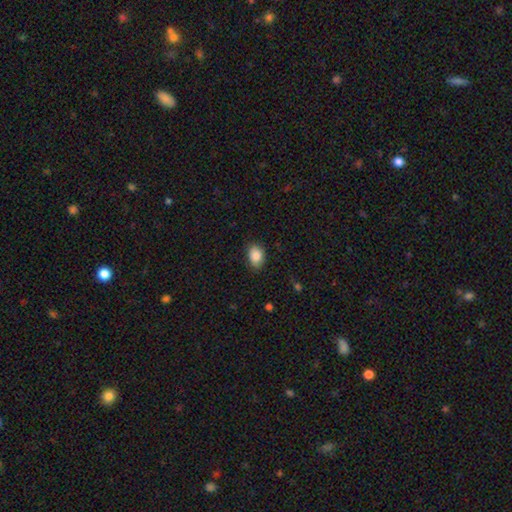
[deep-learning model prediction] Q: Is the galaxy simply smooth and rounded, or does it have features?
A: smooth — 88%.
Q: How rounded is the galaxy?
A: in between — 79%.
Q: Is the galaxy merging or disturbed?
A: none — 80%.